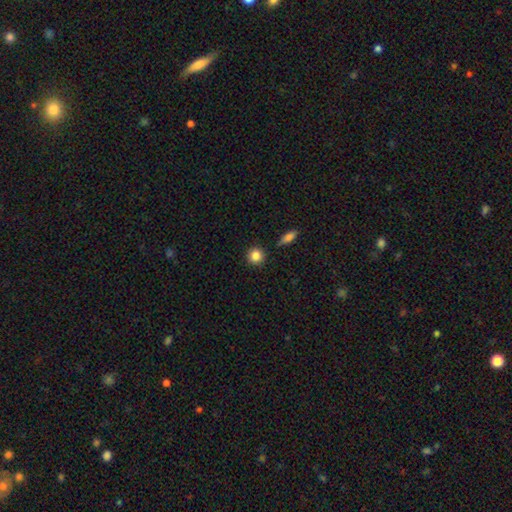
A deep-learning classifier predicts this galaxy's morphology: The model was most divided on "smooth or featured": smooth: 84%, star or artifact: 10%, featured or disk: 6%. More confident: how rounded — round (93%); merging — none (88%).